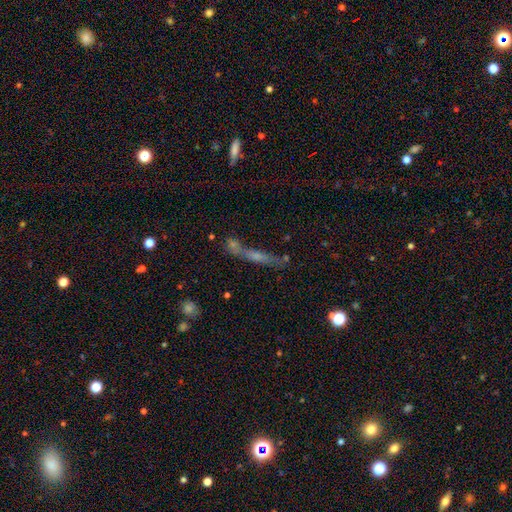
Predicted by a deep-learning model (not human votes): A featured or disk galaxy (45%).

Vote fractions:
- Smooth or featured? featured or disk: 45% / smooth: 35% / star or artifact: 20%
- Merging? none: 48% / merger: 31% / minor disturbance: 12% / major disturbance: 9%